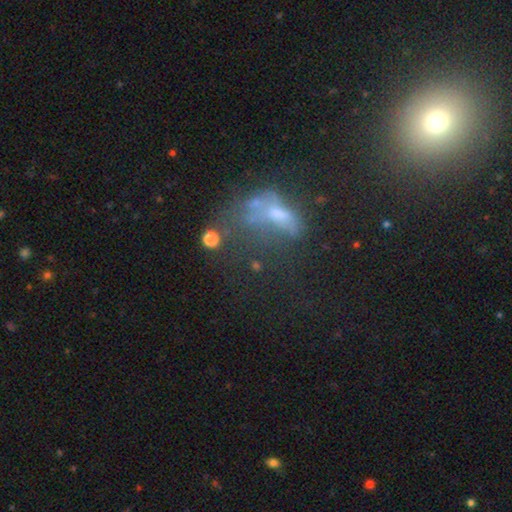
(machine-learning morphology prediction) This is marginally a featured or disk galaxy (36%). Merging: marginally major disturbance (33%).